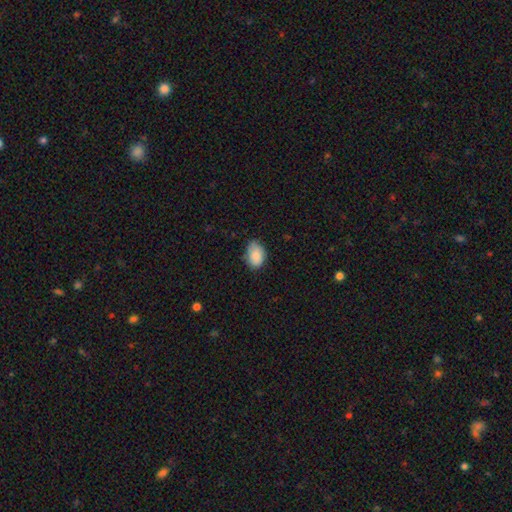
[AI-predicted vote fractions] Smooth or featured? smooth (87%)
How rounded? in between (83%)
Merging? none (67%)